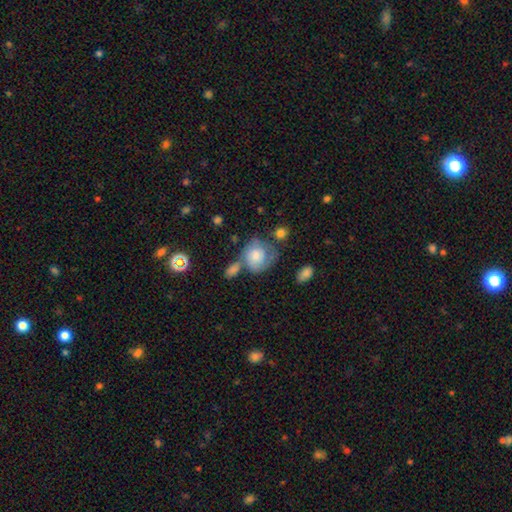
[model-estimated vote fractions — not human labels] smooth-or-featured: smooth: 50% | featured or disk: 41% | star or artifact: 9%
  merging: none: 37% | merger: 23% | minor disturbance: 23% | major disturbance: 17%